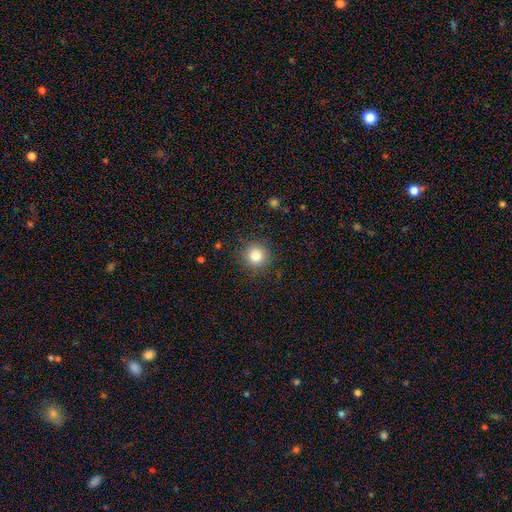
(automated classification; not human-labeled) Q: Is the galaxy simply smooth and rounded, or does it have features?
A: smooth — 81%.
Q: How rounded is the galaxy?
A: round — 94%.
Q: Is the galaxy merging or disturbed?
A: none — 89%.